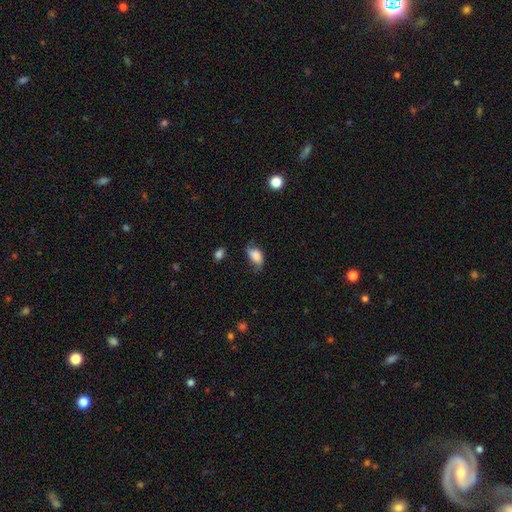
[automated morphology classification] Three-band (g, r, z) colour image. It shows a smooth galaxy with no disk features (77%) that is in between round and cigar-shaped (89%). Merging: none (47%).